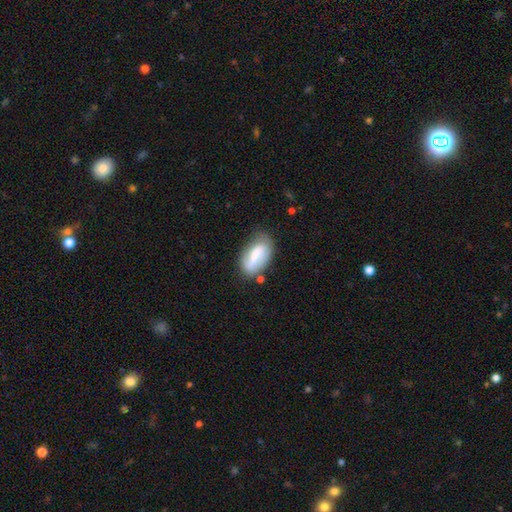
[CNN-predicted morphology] smooth-or-featured: smooth: 58% | featured or disk: 35% | star or artifact: 7%
  how-rounded: in between: 90% | cigar-shaped: 6% | round: 4%
  merging: none: 55% | minor disturbance: 28% | major disturbance: 11% | merger: 6%